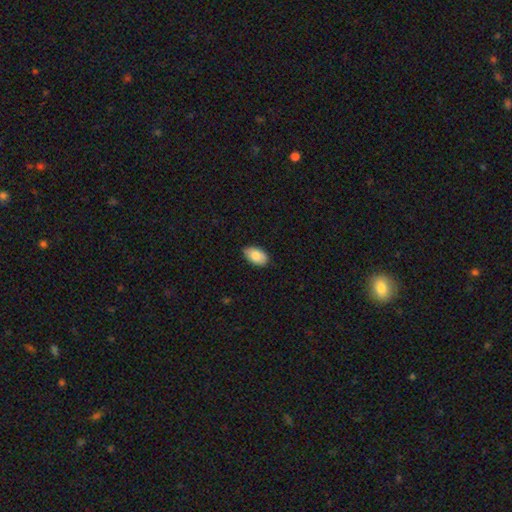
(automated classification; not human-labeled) The model was most divided on "smooth or featured": smooth: 81%, featured or disk: 12%, star or artifact: 7%. More confident: how rounded — in between (93%); merging — none (83%).